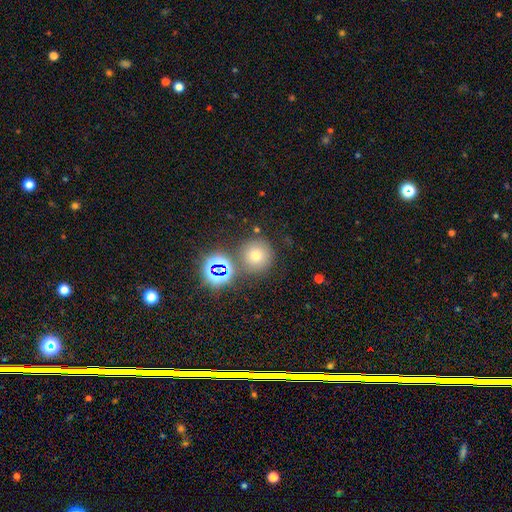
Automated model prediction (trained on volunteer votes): Q: Smooth or featured?
A: smooth (63%); runner-up: star or artifact (26%)
Q: How rounded?
A: round (94%); runner-up: in between (5%)
Q: Merging?
A: none (77%); runner-up: merger (11%)